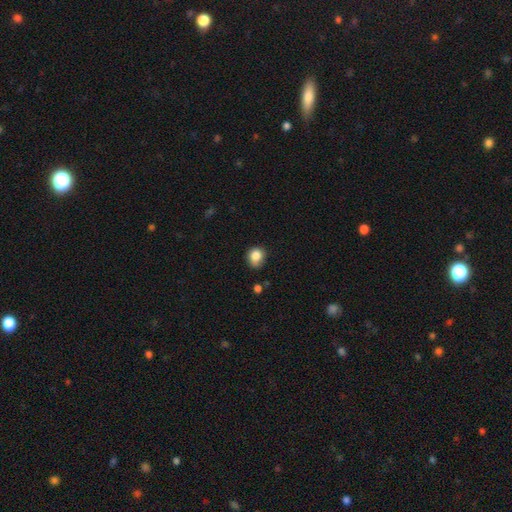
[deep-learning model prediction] The model was most divided on "merging": none: 66%, minor disturbance: 26%, major disturbance: 5%, merger: 3%. More confident: smooth or featured — smooth (83%); how rounded — round (72%).